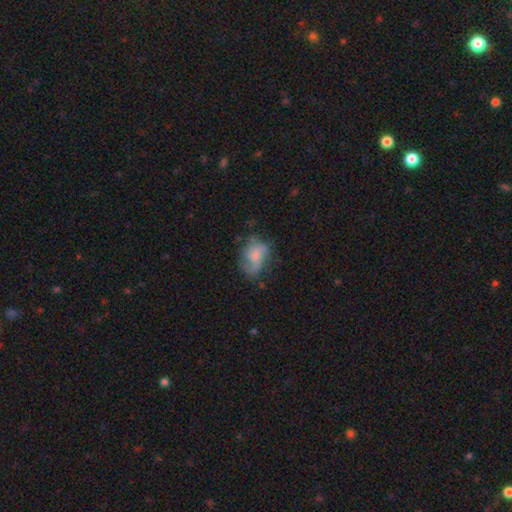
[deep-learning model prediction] Smooth or featured: featured or disk — 55% (smooth — 37%)
Edge-on disk: no — 97% (yes — 3%)
Bar: no — 65% (weak — 30%)
Spiral arms: yes — 80% (no — 20%)
Bulge size: small — 31% (none — 30%)
Merging: none — 48% (minor disturbance — 26%)